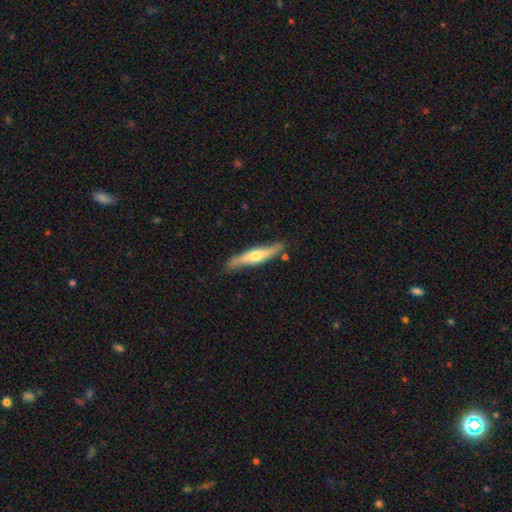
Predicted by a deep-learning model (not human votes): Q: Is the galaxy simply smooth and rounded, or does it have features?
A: featured or disk — 57%.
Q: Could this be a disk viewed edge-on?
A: yes — 84%.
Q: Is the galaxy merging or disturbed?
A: none — 79%.